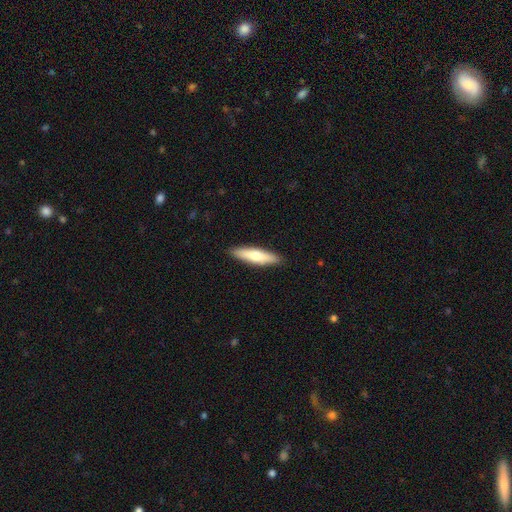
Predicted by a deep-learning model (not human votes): smooth-or-featured: smooth: 66% | featured or disk: 29% | star or artifact: 5%
  how-rounded: cigar-shaped: 71% | in between: 27% | round: 2%
  merging: none: 90% | minor disturbance: 8% | major disturbance: 2% | merger: 1%